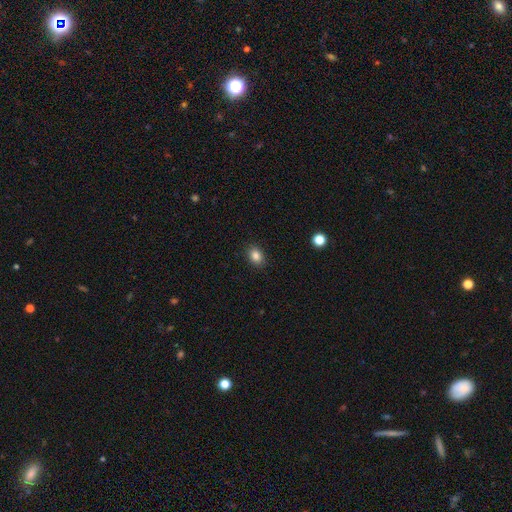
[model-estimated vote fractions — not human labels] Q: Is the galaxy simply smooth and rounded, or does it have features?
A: smooth — 85%.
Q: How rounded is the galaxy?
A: in between — 64%.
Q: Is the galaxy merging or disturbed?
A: none — 89%.